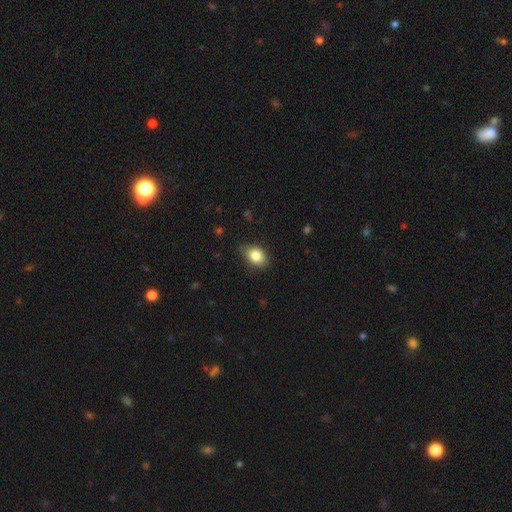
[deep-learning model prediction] Smooth or featured? Predicted: smooth (p=0.84). How rounded? Predicted: in between (p=0.77). Merging? Predicted: none (p=0.77).